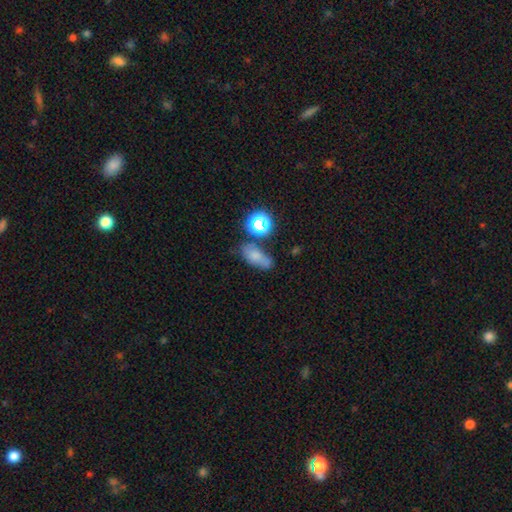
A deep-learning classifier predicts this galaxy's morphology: smooth_or_featured: smooth (p=0.67) [alt: star or artifact p=0.17]
how_rounded: in between (p=0.74) [alt: round p=0.15]
merging: none (p=0.56) [alt: minor disturbance p=0.23]